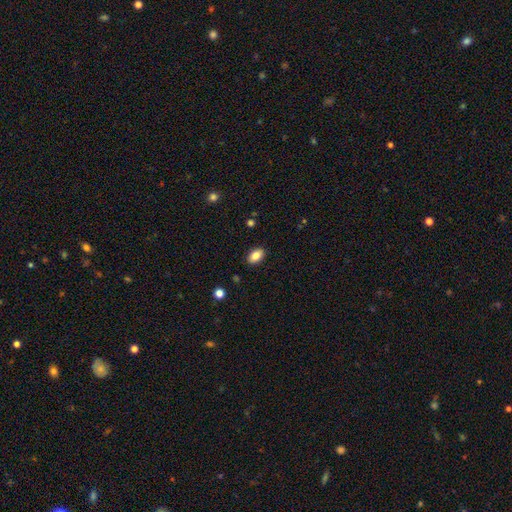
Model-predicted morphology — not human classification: Q: Smooth or featured?
A: smooth (84%); runner-up: star or artifact (8%)
Q: How rounded?
A: in between (90%); runner-up: round (8%)
Q: Merging?
A: none (88%); runner-up: minor disturbance (9%)